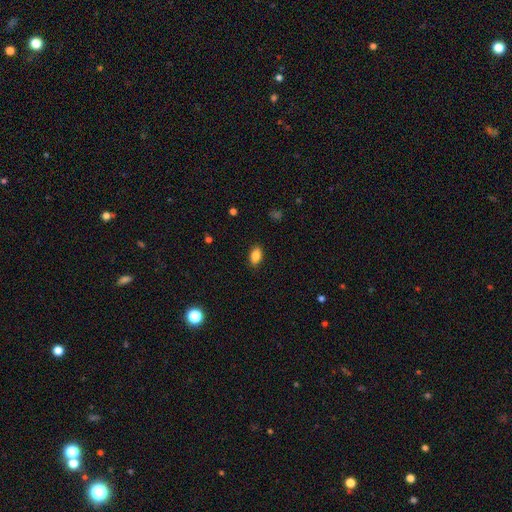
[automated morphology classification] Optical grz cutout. It shows a smooth galaxy with no disk features (87%) that is in between round and cigar-shaped (90%). Merging: none (87%).